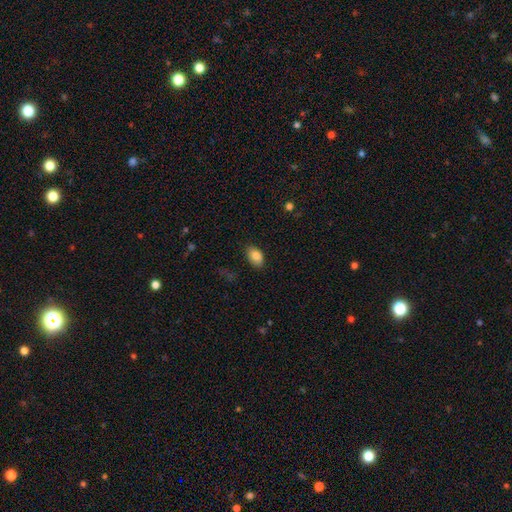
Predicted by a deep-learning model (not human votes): The model was most divided on "merging": none: 82%, minor disturbance: 14%, major disturbance: 3%, merger: 1%. More confident: how rounded — in between (90%); smooth or featured — smooth (84%).